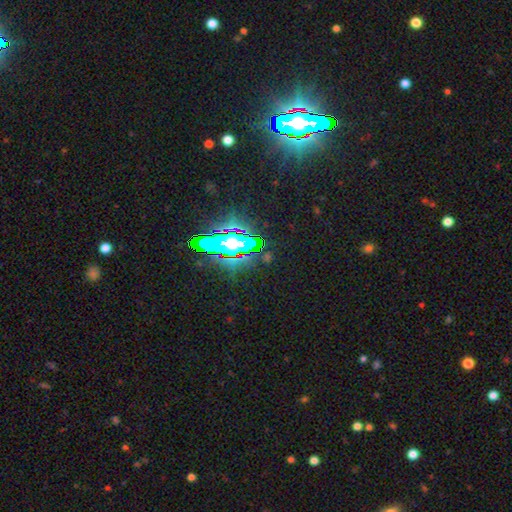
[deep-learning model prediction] Q: Smooth or featured?
A: star or artifact (83%); runner-up: smooth (9%)